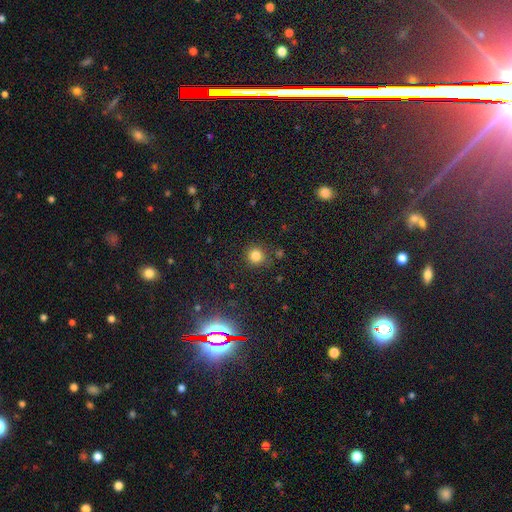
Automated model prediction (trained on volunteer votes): Smooth or featured: smooth — 81% (star or artifact — 14%)
How rounded: round — 91% (in between — 8%)
Merging: none — 84% (minor disturbance — 10%)